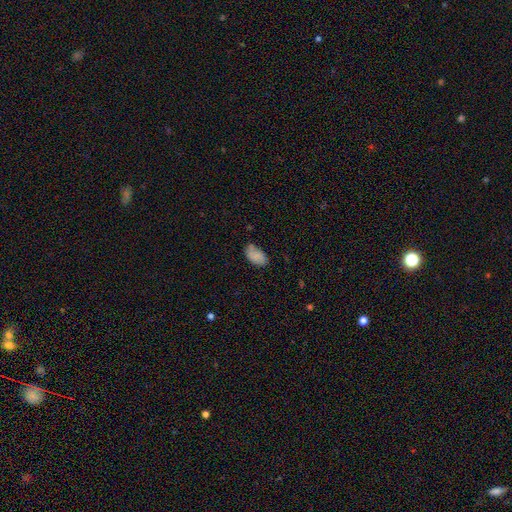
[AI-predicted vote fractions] Smooth or featured? smooth (82%)
How rounded? in between (93%)
Merging? none (61%)